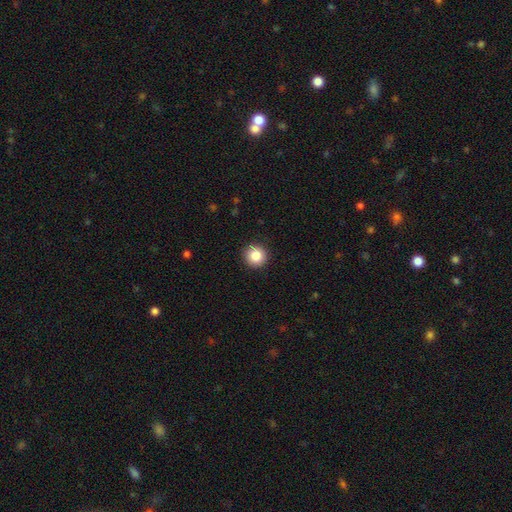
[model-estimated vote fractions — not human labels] Q: Smooth or featured?
A: smooth (85%); runner-up: star or artifact (10%)
Q: How rounded?
A: round (94%); runner-up: in between (5%)
Q: Merging?
A: none (92%); runner-up: minor disturbance (6%)